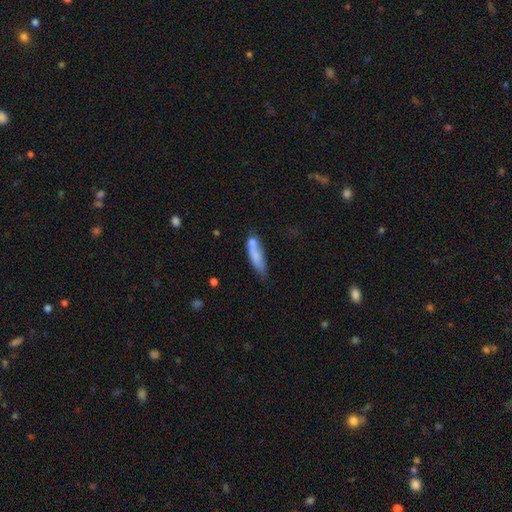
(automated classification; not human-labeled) Smooth or featured? Predicted: smooth (p=0.74). How rounded? Predicted: cigar-shaped (p=0.55). Merging? Predicted: none (p=0.41).